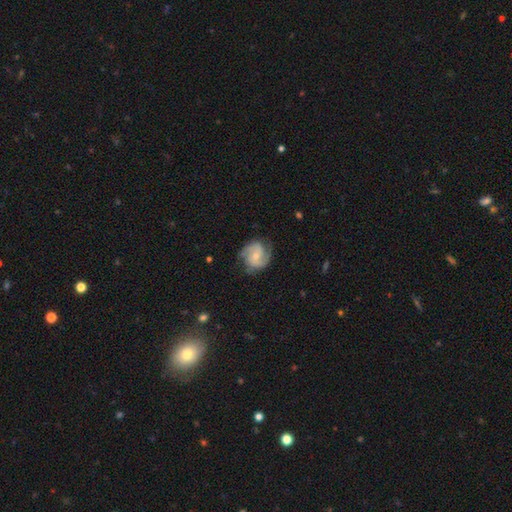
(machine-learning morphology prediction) This is likely a featured or disk galaxy (79%). It is clearly not viewed edge-on (98%). Bar: possibly no (57%). Spiral arm pattern: clearly yes (96%). Spiral arm count: likely 2 (76%). Spiral winding: possibly medium (50%). Central bulge: possibly small (56%). Merging: likely none (75%).